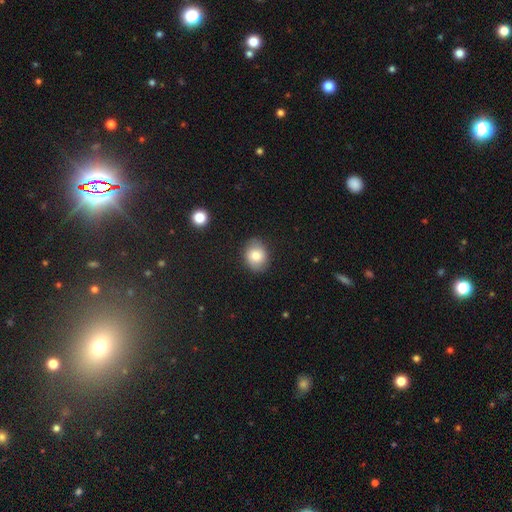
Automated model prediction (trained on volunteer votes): smooth_or_featured: smooth (p=0.77) [alt: featured or disk p=0.14]
how_rounded: round (p=0.53) [alt: in between p=0.46]
merging: none (p=0.83) [alt: minor disturbance p=0.13]